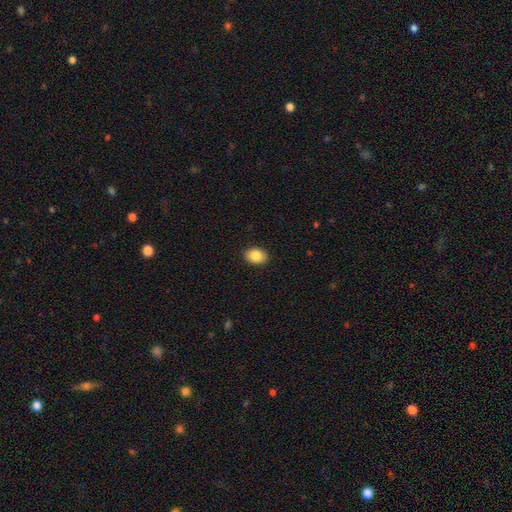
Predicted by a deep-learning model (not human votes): Smooth or featured?
  - smooth: 86% *
  - star or artifact: 8%
  - featured or disk: 6%
How rounded?
  - in between: 68% *
  - round: 31%
  - cigar-shaped: 1%
Merging?
  - none: 90% *
  - minor disturbance: 7%
  - major disturbance: 2%
  - merger: 1%